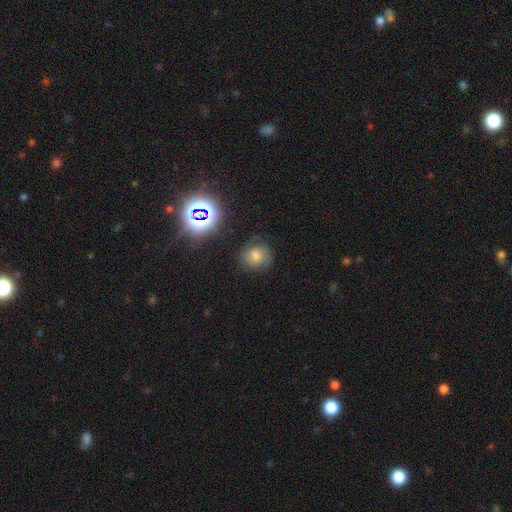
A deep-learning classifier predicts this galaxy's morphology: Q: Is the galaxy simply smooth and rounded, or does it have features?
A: smooth — 46%.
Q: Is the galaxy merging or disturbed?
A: none — 72%.